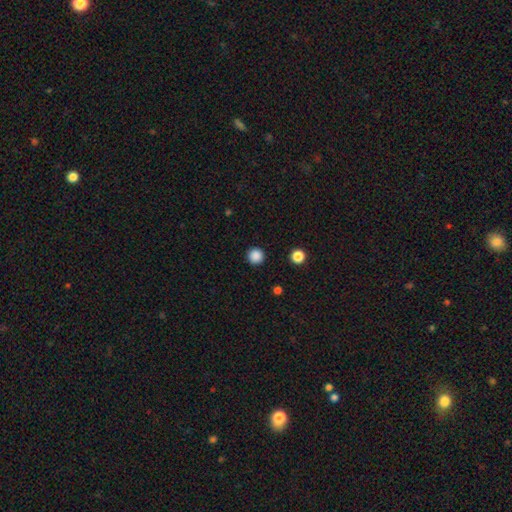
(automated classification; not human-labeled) Smooth or featured? smooth (87%)
How rounded? round (96%)
Merging? none (92%)